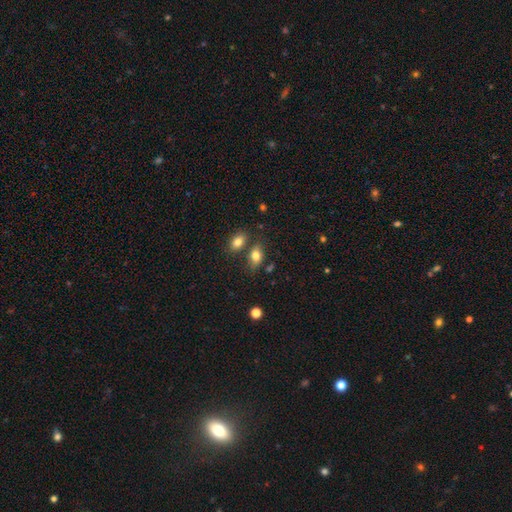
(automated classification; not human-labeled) smooth-or-featured: smooth: 79% | featured or disk: 12% | star or artifact: 9%
  how-rounded: in between: 87% | round: 10% | cigar-shaped: 3%
  merging: none: 66% | merger: 16% | minor disturbance: 13% | major disturbance: 4%